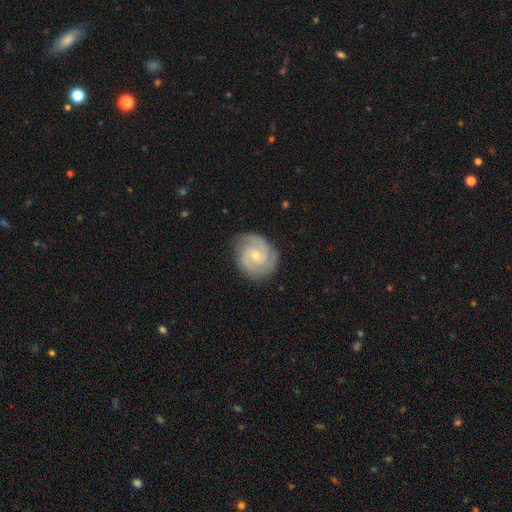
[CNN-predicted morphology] Q: Smooth or featured?
A: featured or disk (84%); runner-up: smooth (11%)
Q: Edge-on disk?
A: no (98%); runner-up: yes (2%)
Q: Bar?
A: no (60%); runner-up: weak (34%)
Q: Spiral arms?
A: yes (97%); runner-up: no (3%)
Q: Spiral winding?
A: tight (58%); runner-up: medium (36%)
Q: Spiral arm count?
A: 2 (59%); runner-up: 3 (22%)
Q: Bulge size?
A: small (67%); runner-up: moderate (30%)
Q: Merging?
A: none (82%); runner-up: minor disturbance (13%)